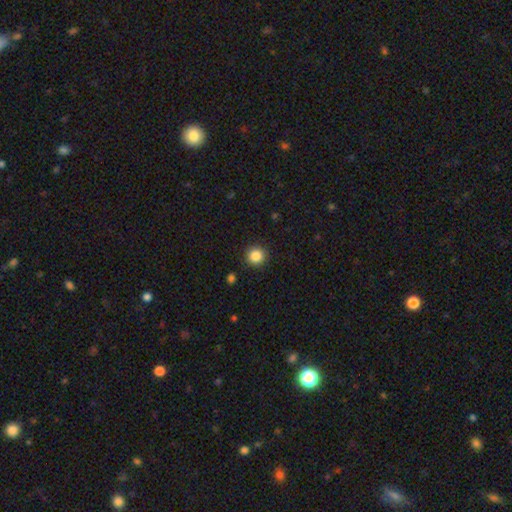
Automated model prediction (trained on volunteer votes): This appears to be a smooth galaxy with no disk features (86%) that is round (94%). Merging: none (91%).